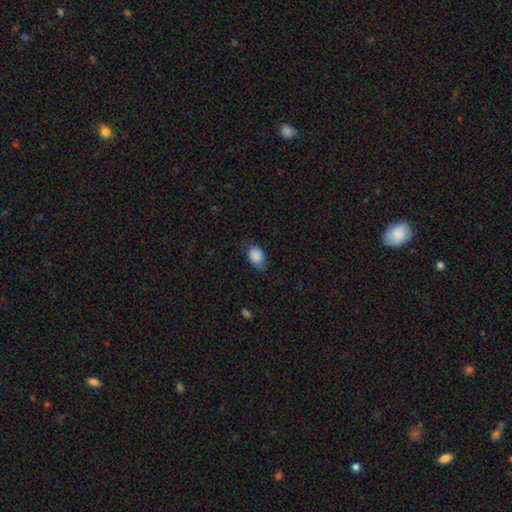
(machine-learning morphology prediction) This is clearly a smooth galaxy (86%). How rounded: clearly in between (83%). Merging: likely none (64%).